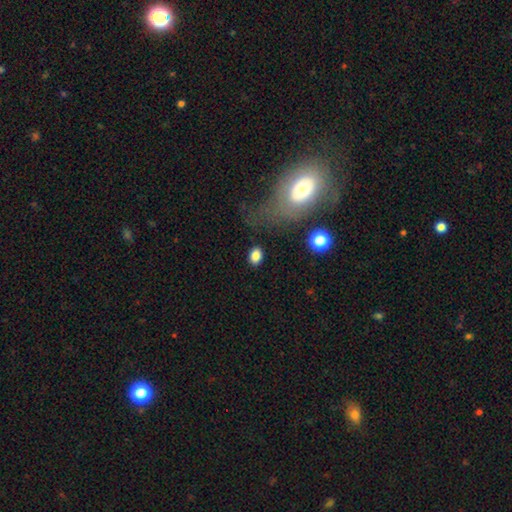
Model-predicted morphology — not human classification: Overall: smooth (85%). How rounded: in between (69%; round 29%). Merging: none (86%).